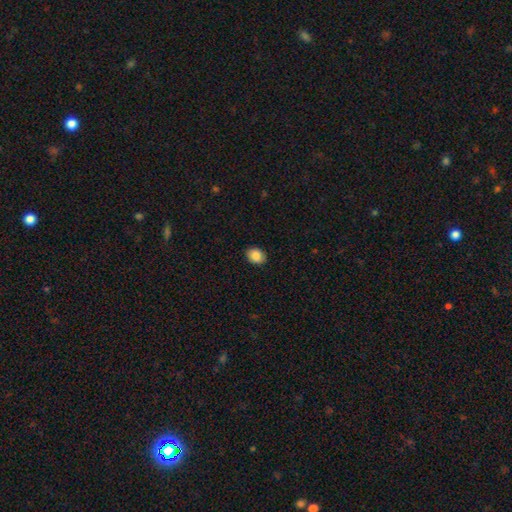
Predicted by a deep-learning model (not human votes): Morphology: type=smooth (87%); roundness=in between (59%); merging=none (89%).